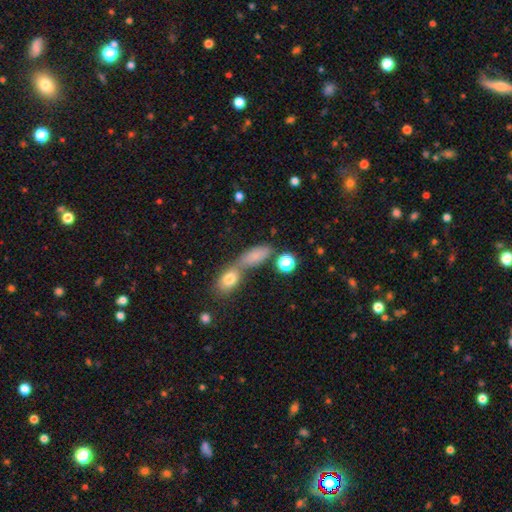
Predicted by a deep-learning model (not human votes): smooth 74%, star or artifact 13%, featured or disk 13%. Down the decision tree: how rounded — in between (75%); merging — merger (43%).